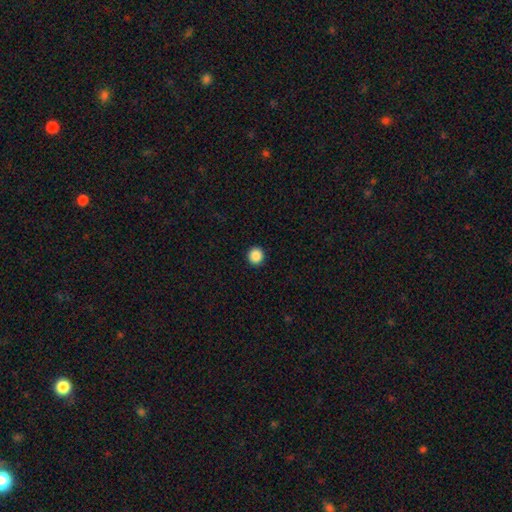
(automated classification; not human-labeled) smooth_or_featured: smooth (p=0.88) [alt: star or artifact p=0.09]
how_rounded: round (p=0.94) [alt: in between p=0.05]
merging: none (p=0.94) [alt: minor disturbance p=0.04]